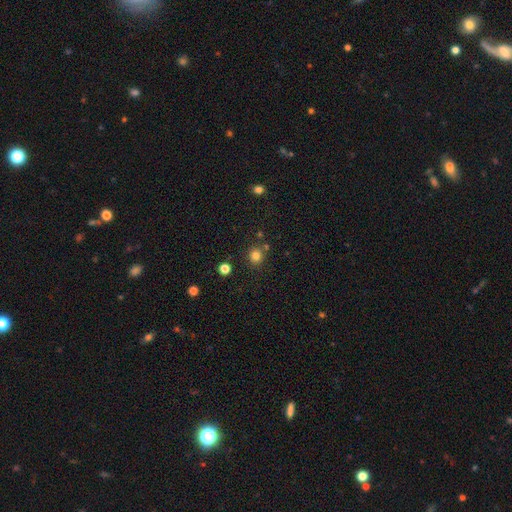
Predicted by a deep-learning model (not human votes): smooth 80%, star or artifact 15%, featured or disk 5%. Down the decision tree: how rounded — round (91%); merging — none (82%).